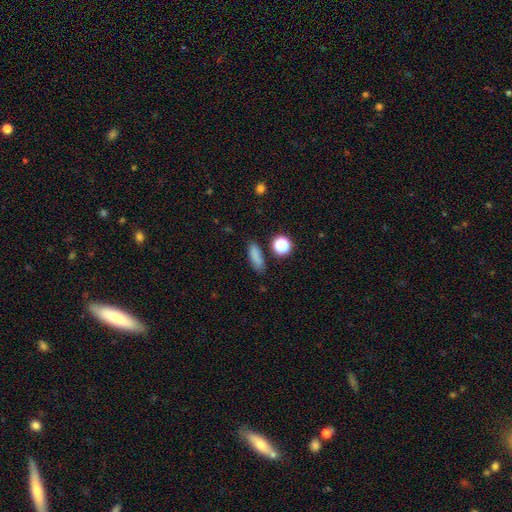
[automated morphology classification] A smooth galaxy with no disk features (79%) that is in between round and cigar-shaped (49%).

Vote fractions:
- Smooth or featured? smooth: 79% / star or artifact: 14% / featured or disk: 7%
- How rounded? in between: 49% / cigar-shaped: 41% / round: 10%
- Merging? none: 78% / minor disturbance: 13% / merger: 5% / major disturbance: 4%